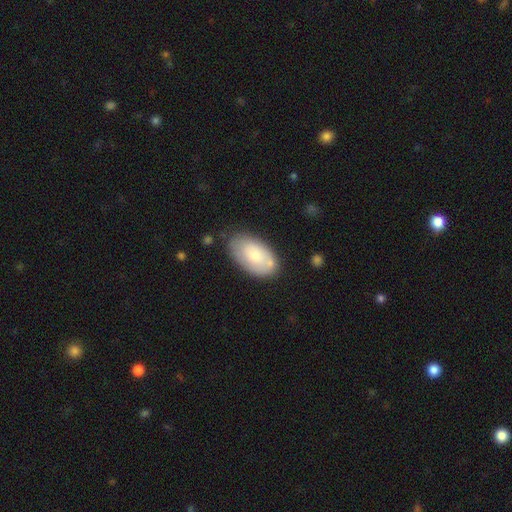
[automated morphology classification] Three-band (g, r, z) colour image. It shows a smooth galaxy with no disk features (68%) that is in between round and cigar-shaped (95%). Merging: none (71%).